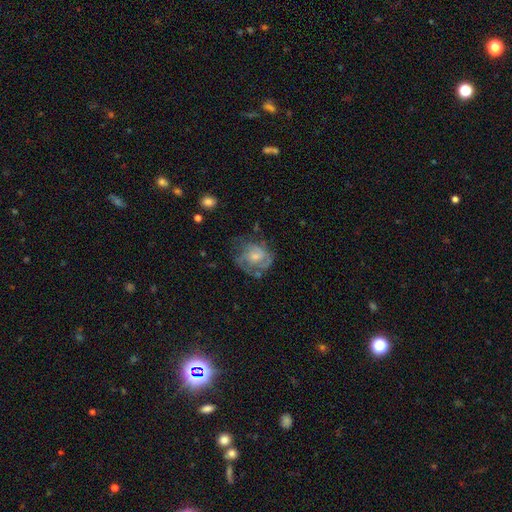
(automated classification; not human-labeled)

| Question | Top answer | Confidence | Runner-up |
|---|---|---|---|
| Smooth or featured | featured or disk | 66% | smooth (26%) |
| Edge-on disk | no | 97% | yes (3%) |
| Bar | no | 66% | weak (30%) |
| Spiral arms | yes | 80% | no (20%) |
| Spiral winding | tight | 46% | medium (40%) |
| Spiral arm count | can't tell | 36% | 2 (31%) |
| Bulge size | moderate | 44% | small (34%) |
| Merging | none | 52% | minor disturbance (25%) |